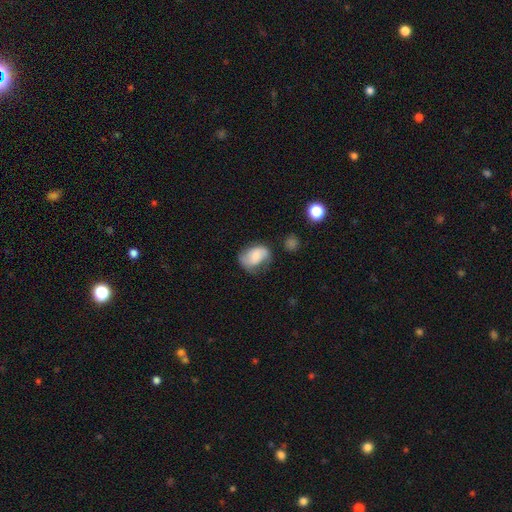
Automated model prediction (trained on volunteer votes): The model was most divided on "merging": none: 47%, minor disturbance: 33%, major disturbance: 16%, merger: 4%. More confident: how rounded — in between (78%); smooth or featured — smooth (58%).